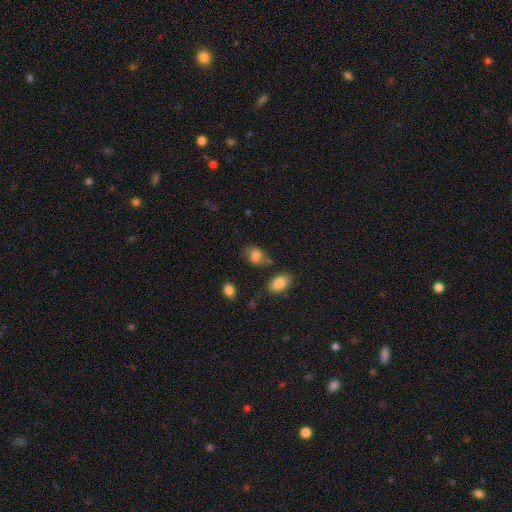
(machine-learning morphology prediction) Smooth or featured: smooth — 79% (featured or disk — 12%)
How rounded: in between — 73% (round — 26%)
Merging: none — 55% (minor disturbance — 26%)